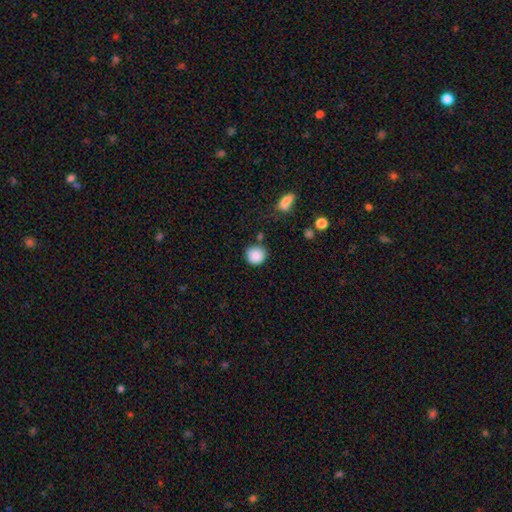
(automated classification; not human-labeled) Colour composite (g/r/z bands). It shows a smooth galaxy with no disk features (87%) that is round (90%). Merging: none (80%).